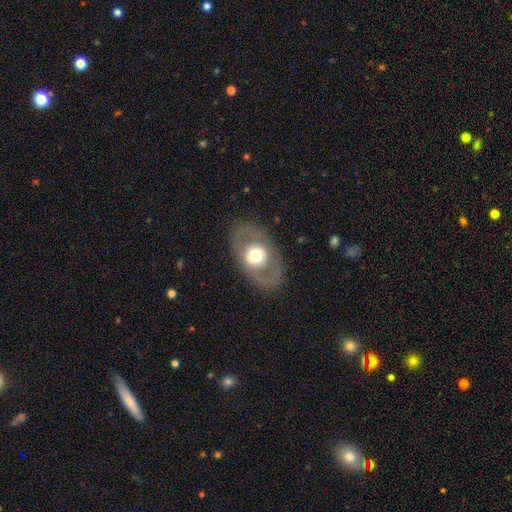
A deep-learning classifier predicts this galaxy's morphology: smooth-or-featured: smooth: 47% | featured or disk: 46% | star or artifact: 7%
  merging: none: 81% | minor disturbance: 11% | major disturbance: 7% | merger: 1%